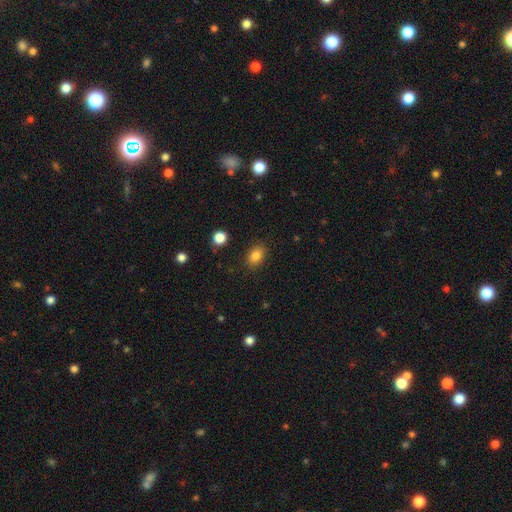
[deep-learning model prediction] This is clearly a smooth galaxy (84%). How rounded: likely in between (78%). Merging: clearly none (86%).